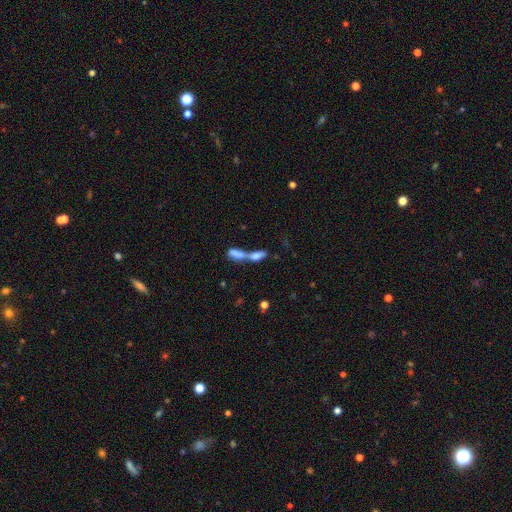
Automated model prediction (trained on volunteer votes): Overall: smooth (62%; featured or disk 26%). How rounded: in between (49%; cigar-shaped 46%). Merging: merger (72%).